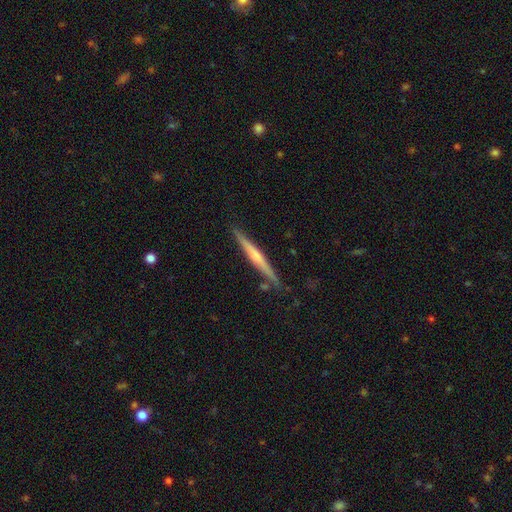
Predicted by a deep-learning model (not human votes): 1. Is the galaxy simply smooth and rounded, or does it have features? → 62% featured or disk, 33% smooth, 6% star or artifact.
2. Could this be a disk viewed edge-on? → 98% yes, 2% no.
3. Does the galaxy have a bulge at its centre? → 53% rounded, 37% none, 10% boxy.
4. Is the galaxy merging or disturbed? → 87% none, 9% minor disturbance, 2% merger, 2% major disturbance.